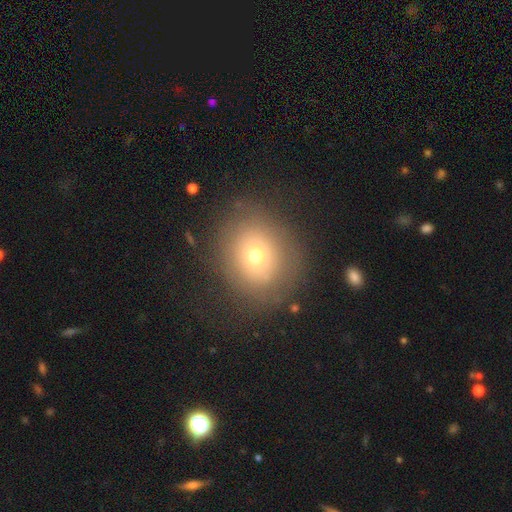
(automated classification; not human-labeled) Overall: smooth (65%). How rounded: round (79%). Merging: none (77%).